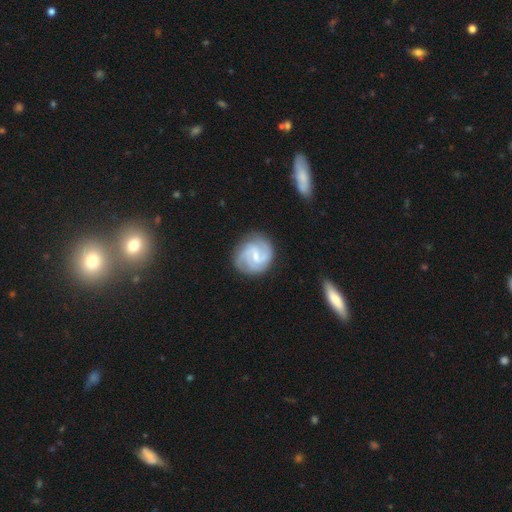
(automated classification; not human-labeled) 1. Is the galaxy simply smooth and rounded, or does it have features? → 85% featured or disk, 11% smooth, 5% star or artifact.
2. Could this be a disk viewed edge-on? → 98% no, 2% yes.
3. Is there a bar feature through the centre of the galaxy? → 60% weak, 26% no, 15% strong.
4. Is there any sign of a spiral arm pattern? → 97% yes, 3% no.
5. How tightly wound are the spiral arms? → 45% tight (tied), 45% medium (tied), 11% loose.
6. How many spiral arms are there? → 39% 2, 34% 3, 13% can't tell, 6% 4, 4% 1, 4% more than 4.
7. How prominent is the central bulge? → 62% small, 31% moderate, 5% none, 1% large, 1% dominant.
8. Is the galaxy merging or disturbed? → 81% none, 13% minor disturbance, 4% major disturbance, 1% merger.